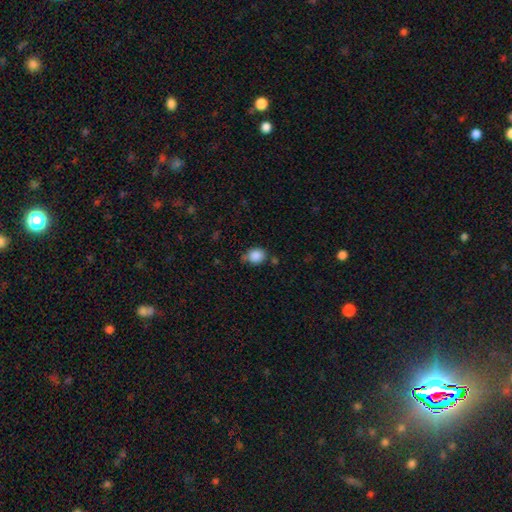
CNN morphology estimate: Q: Smooth or featured?
A: smooth (87%); runner-up: star or artifact (9%)
Q: How rounded?
A: round (68%); runner-up: in between (31%)
Q: Merging?
A: none (63%); runner-up: minor disturbance (25%)